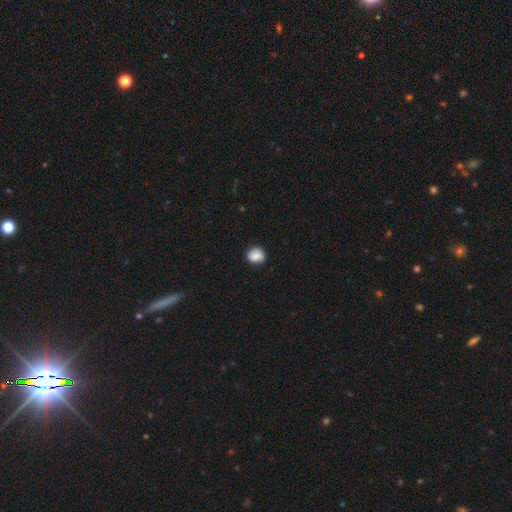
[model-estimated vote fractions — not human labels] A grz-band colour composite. It shows a smooth galaxy with no disk features (84%) that is round (68%). Merging: none (81%).